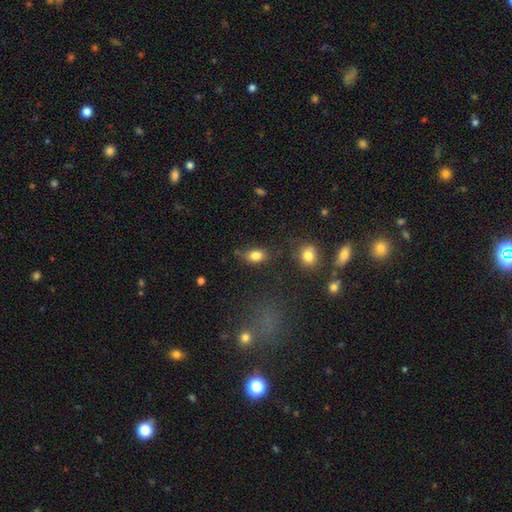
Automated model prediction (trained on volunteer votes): Smooth or featured?
  - smooth: 83% *
  - star or artifact: 10%
  - featured or disk: 7%
How rounded?
  - in between: 75% *
  - round: 22%
  - cigar-shaped: 2%
Merging?
  - none: 70% *
  - minor disturbance: 20%
  - major disturbance: 6%
  - merger: 4%